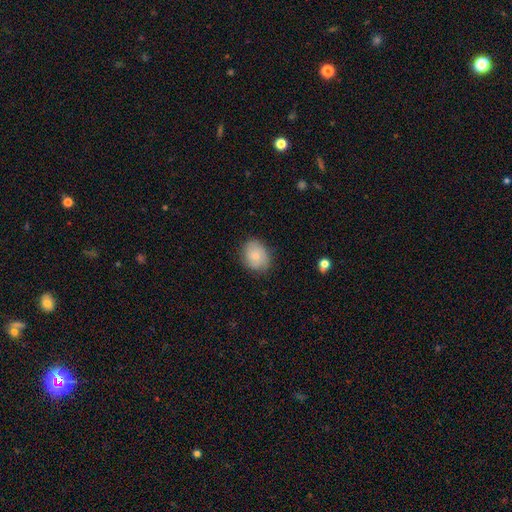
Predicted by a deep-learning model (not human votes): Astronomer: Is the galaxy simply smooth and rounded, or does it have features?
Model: smooth — 69%.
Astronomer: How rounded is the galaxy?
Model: round — 50% (runner-up: in between, 49%).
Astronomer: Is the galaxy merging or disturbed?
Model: none — 79%.